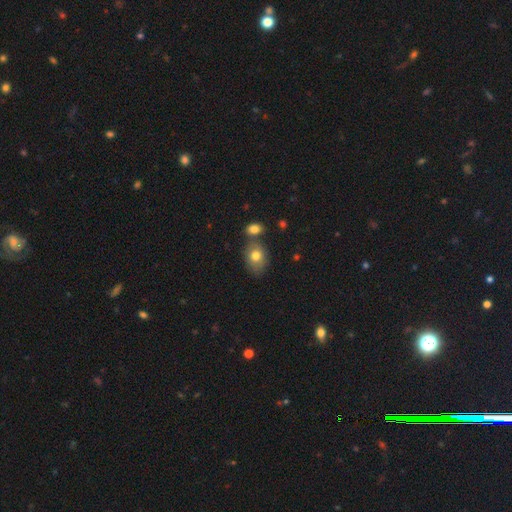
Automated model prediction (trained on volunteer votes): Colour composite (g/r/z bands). It shows a smooth galaxy with no disk features (78%) that is in between round and cigar-shaped (67%). Merging: none (59%).